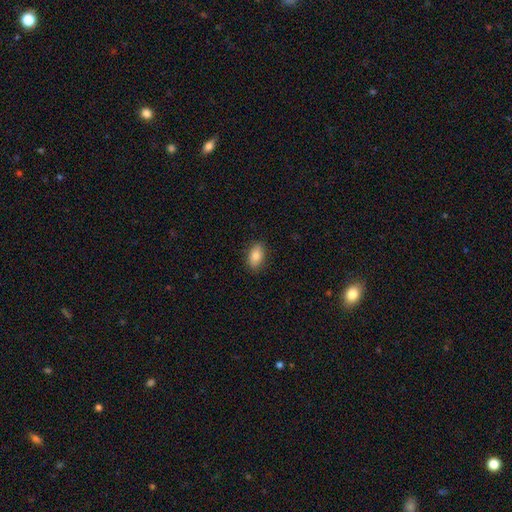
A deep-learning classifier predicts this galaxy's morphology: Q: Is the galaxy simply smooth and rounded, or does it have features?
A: smooth — 84%.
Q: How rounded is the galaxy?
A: in between — 91%.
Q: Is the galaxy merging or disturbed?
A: none — 87%.